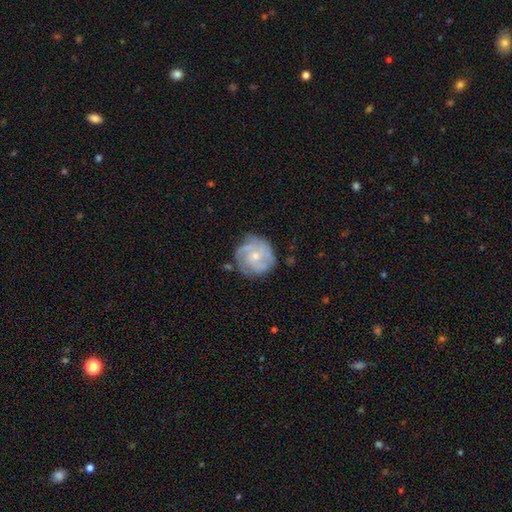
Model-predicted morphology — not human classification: Smooth or featured? Predicted: featured or disk (p=0.73). Edge-on disk? Predicted: no (p=0.98). Bar? Predicted: no (p=0.75). Spiral arms? Predicted: yes (p=0.90). Spiral winding? Predicted: tight (p=0.51). Spiral arm count? Predicted: 3 (p=0.37). Bulge size? Predicted: small (p=0.59). Merging? Predicted: none (p=0.73).